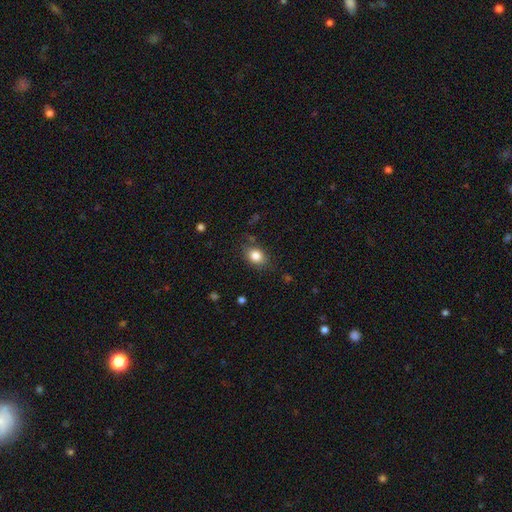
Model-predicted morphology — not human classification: type=smooth (83%); roundness=in between (63%); merging=none (79%).